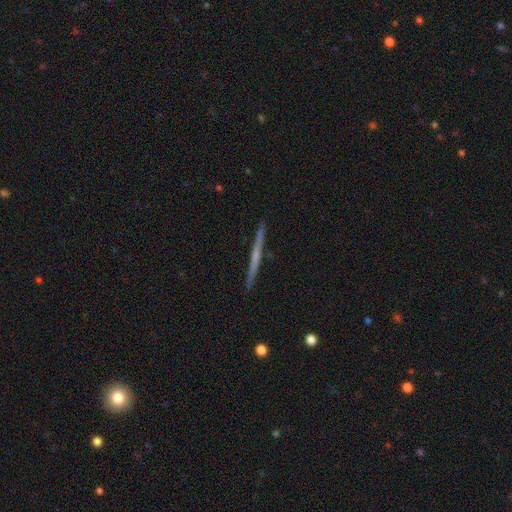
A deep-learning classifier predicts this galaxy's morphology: featured or disk 60%, smooth 34%, star or artifact 5%. Down the decision tree: edge-on disk — yes (98%); edge-on bulge — none (80%); merging — none (92%).